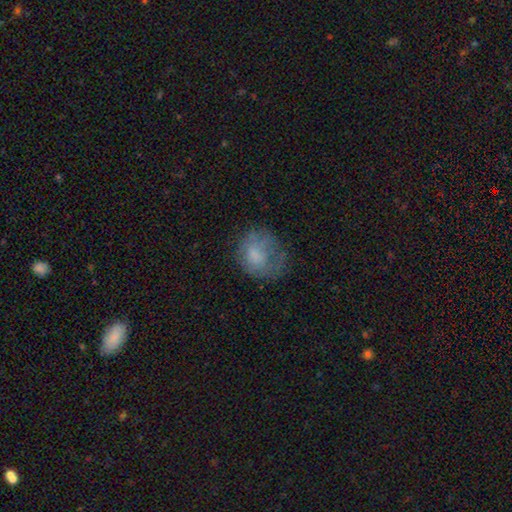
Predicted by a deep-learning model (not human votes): Smooth or featured? Predicted: smooth (p=0.63). How rounded? Predicted: round (p=0.63). Merging? Predicted: none (p=0.49).